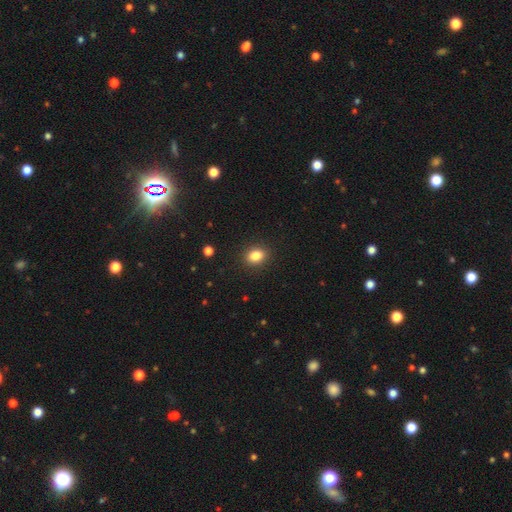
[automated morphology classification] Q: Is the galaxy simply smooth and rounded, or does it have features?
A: smooth — 85%.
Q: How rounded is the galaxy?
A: in between — 58%.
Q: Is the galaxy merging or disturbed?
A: none — 90%.